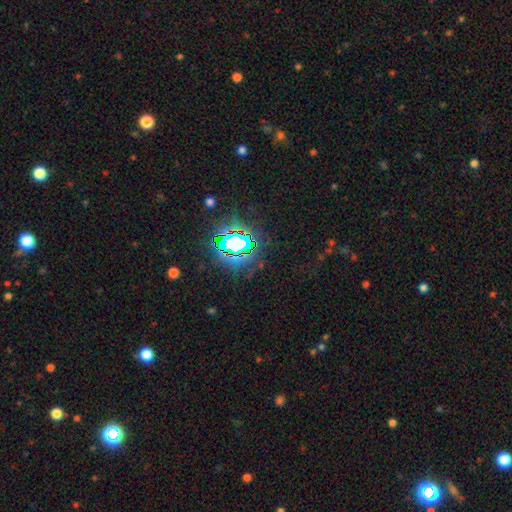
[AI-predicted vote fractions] The model was most divided on "smooth or featured": star or artifact: 80%, smooth: 11%, featured or disk: 9%.